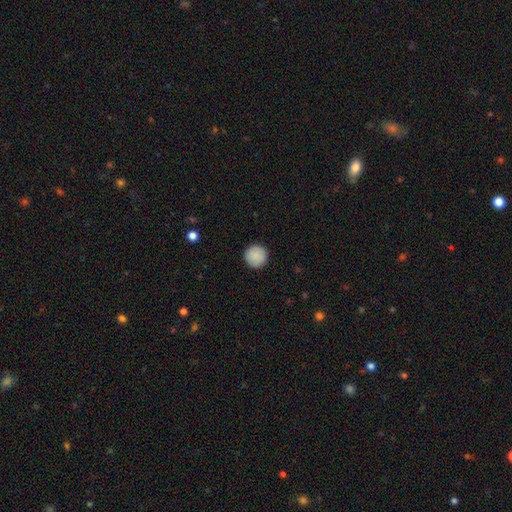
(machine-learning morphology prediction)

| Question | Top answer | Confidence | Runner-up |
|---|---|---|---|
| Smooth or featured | smooth | 89% | star or artifact (7%) |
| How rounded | round | 96% | in between (3%) |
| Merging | none | 92% | minor disturbance (5%) |